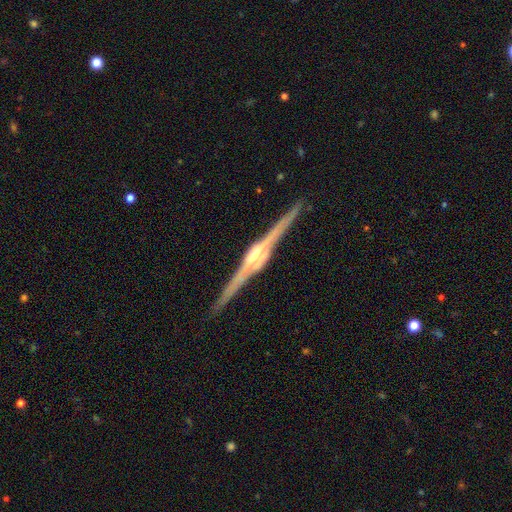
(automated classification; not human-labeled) A featured or disk galaxy (90%) viewed edge-on (98%) with a rounded central bulge (76%). Merging: none (89%).